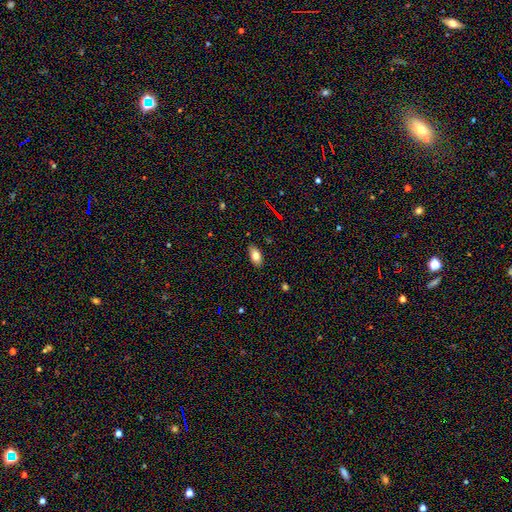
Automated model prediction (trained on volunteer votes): smooth-or-featured: smooth: 77% | featured or disk: 14% | star or artifact: 9%
  how-rounded: in between: 91% | cigar-shaped: 5% | round: 4%
  merging: none: 86% | minor disturbance: 11% | major disturbance: 2% | merger: 1%